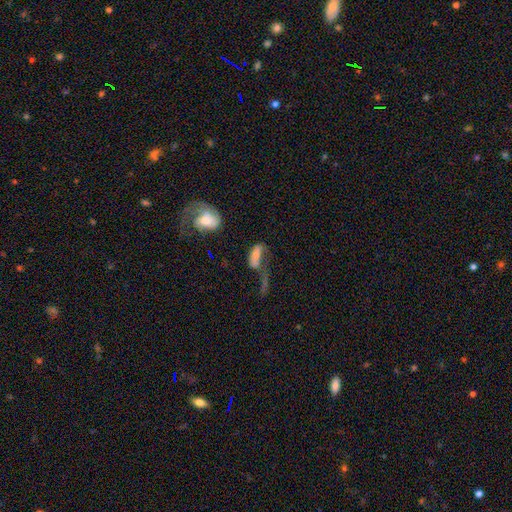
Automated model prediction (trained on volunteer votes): Smooth or featured? Predicted: smooth (p=0.59). How rounded? Predicted: in between (p=0.75). Merging? Predicted: major disturbance (p=0.36).